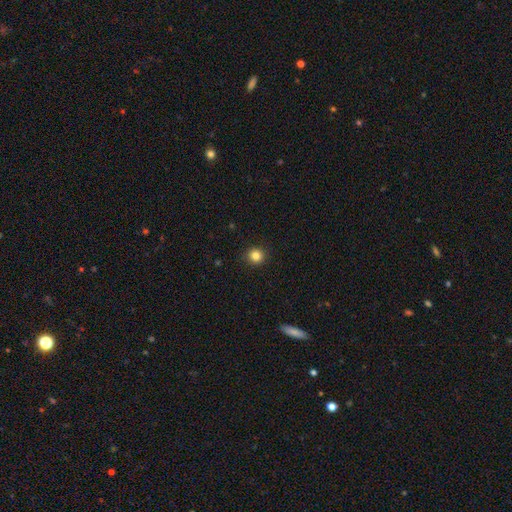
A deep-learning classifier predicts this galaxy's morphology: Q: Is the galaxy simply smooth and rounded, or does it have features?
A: smooth — 84%.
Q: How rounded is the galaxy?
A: round — 93%.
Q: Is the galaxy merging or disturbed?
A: none — 92%.